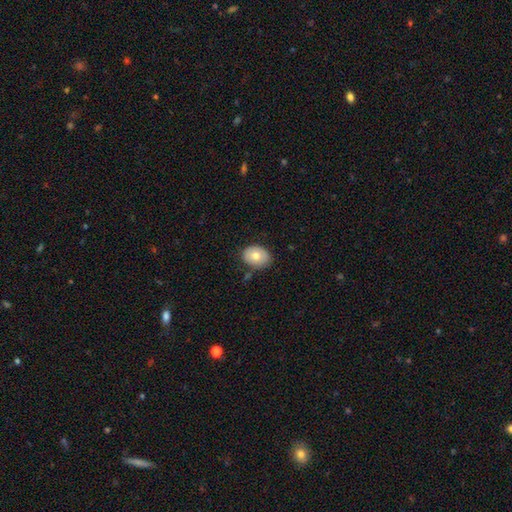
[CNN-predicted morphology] Smooth or featured: smooth — 73% (featured or disk — 19%)
How rounded: in between — 60% (round — 39%)
Merging: none — 77% (minor disturbance — 16%)